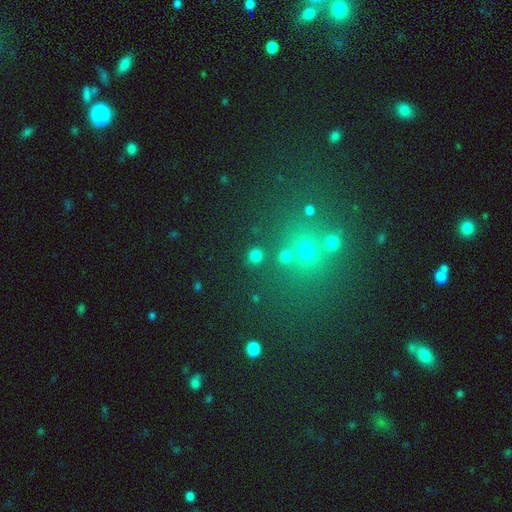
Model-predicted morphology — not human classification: Smooth or featured?
  - smooth: 78% *
  - star or artifact: 17%
  - featured or disk: 5%
How rounded?
  - round: 90% *
  - in between: 9%
  - cigar-shaped: 1%
Merging?
  - none: 85% *
  - merger: 6%
  - minor disturbance: 6%
  - major disturbance: 3%